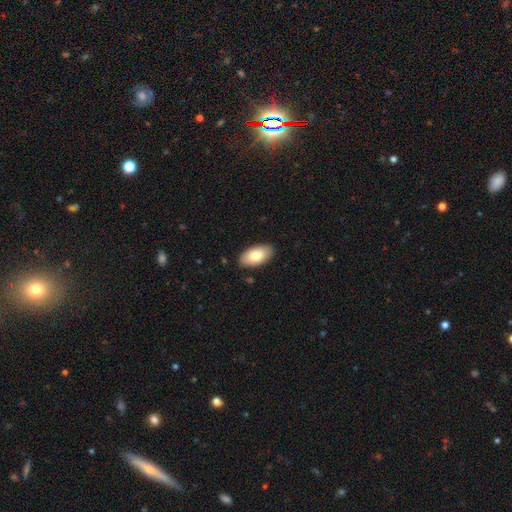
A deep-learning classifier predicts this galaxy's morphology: smooth_or_featured: smooth (p=0.80) [alt: featured or disk p=0.14]
how_rounded: in between (p=0.95) [alt: round p=0.02]
merging: none (p=0.88) [alt: minor disturbance p=0.09]